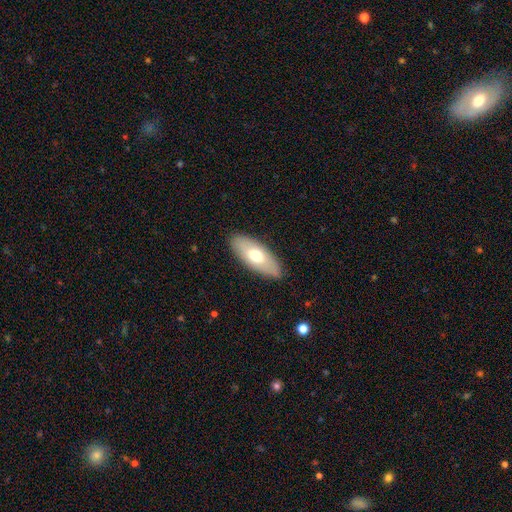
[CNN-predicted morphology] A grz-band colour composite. It shows a smooth galaxy with no disk features (65%) that is in between round and cigar-shaped (83%). Merging: none (87%).